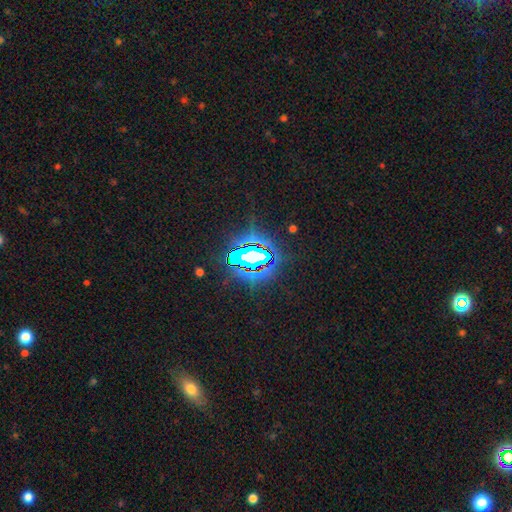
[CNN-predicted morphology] Q: Smooth or featured?
A: star or artifact (75%); runner-up: smooth (13%)